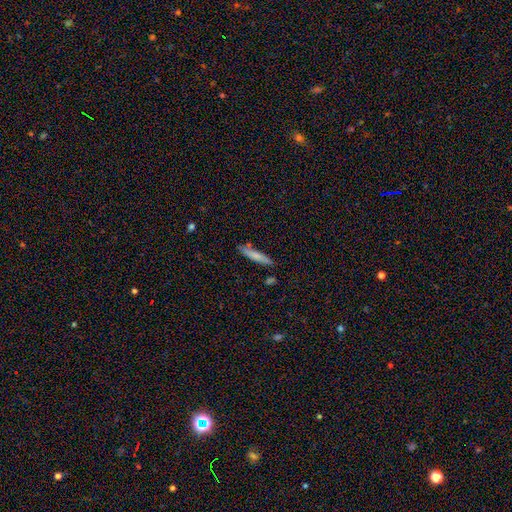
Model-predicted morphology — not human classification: Smooth or featured: smooth — 75% (featured or disk — 18%)
How rounded: cigar-shaped — 88% (in between — 10%)
Merging: none — 78% (minor disturbance — 14%)